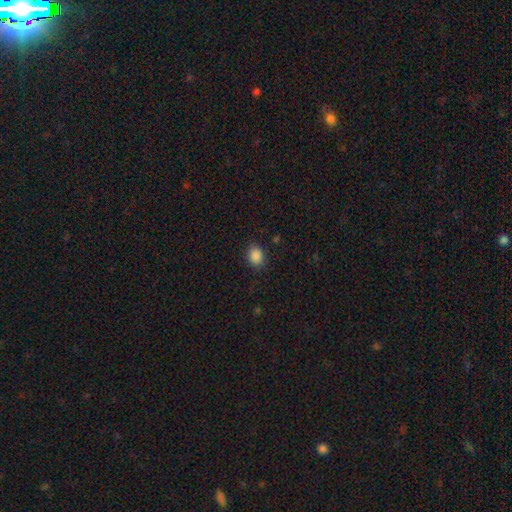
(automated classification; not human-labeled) Overall: smooth (87%). How rounded: in between (56%; round 43%). Merging: none (84%).